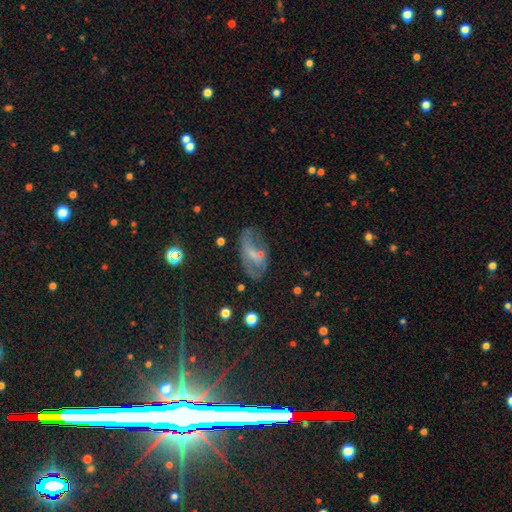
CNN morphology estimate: A featured or disk galaxy (48%).

Vote fractions:
- Smooth or featured? featured or disk: 48% / smooth: 29% / star or artifact: 22%
- Merging? none: 48% / minor disturbance: 24% / major disturbance: 20% / merger: 8%